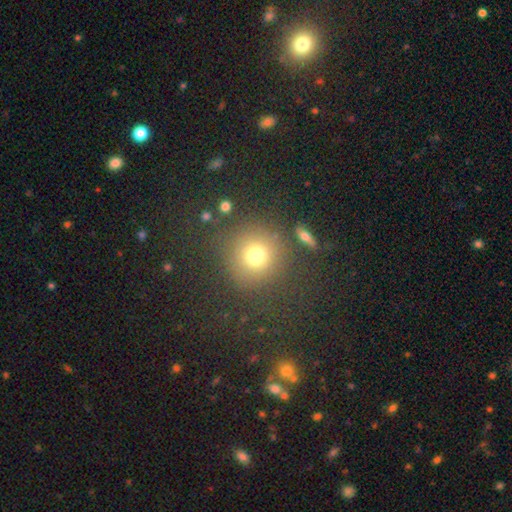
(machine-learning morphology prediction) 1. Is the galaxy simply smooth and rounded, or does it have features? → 74% smooth, 17% star or artifact, 10% featured or disk.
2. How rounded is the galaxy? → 92% round, 7% in between, 1% cigar-shaped.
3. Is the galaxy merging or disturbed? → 81% none, 9% minor disturbance, 5% major disturbance, 5% merger.